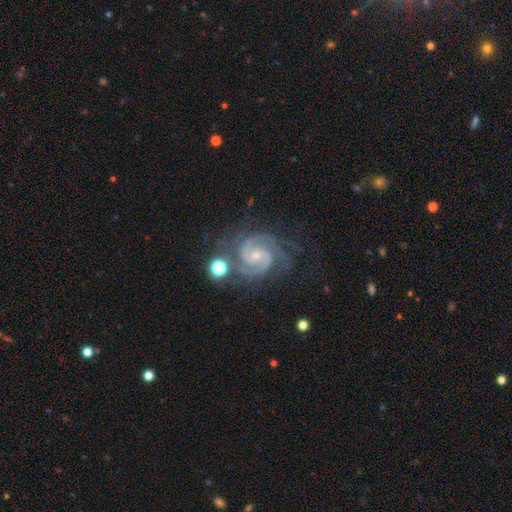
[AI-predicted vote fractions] Smooth or featured? featured or disk (92%)
Edge-on disk? no (98%)
Bar? no (63%)
Spiral arms? yes (99%)
Spiral winding? tight (53%)
Spiral arm count? 2 (70%)
Bulge size? small (73%)
Merging? none (65%)